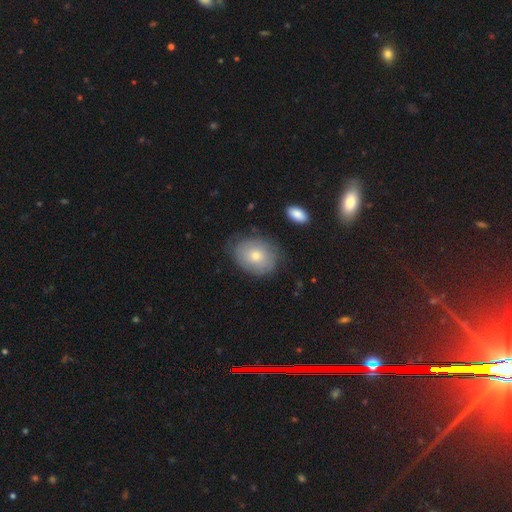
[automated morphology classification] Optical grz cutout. It shows a smooth galaxy with no disk features (64%) that is in between round and cigar-shaped (54%). Merging: none (73%).